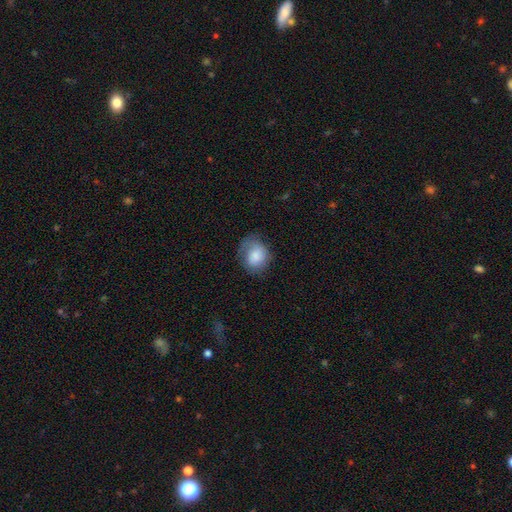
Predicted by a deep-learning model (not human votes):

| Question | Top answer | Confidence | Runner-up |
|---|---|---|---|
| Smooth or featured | smooth | 80% | featured or disk (13%) |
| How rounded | round | 53% | in between (46%) |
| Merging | none | 57% | minor disturbance (28%) |